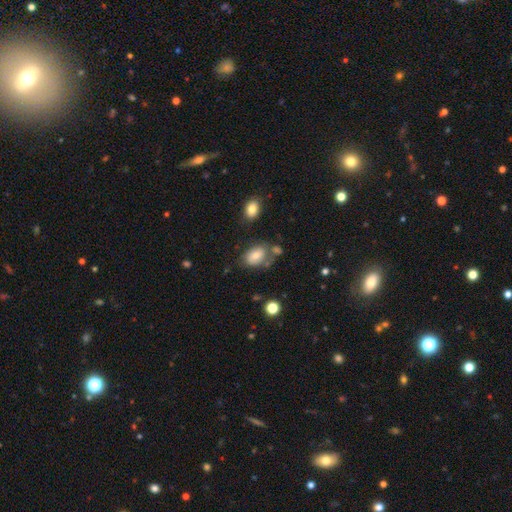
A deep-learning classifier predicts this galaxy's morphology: Overall: smooth (72%). How rounded: in between (83%). Merging: none (57%; minor disturbance 20%).